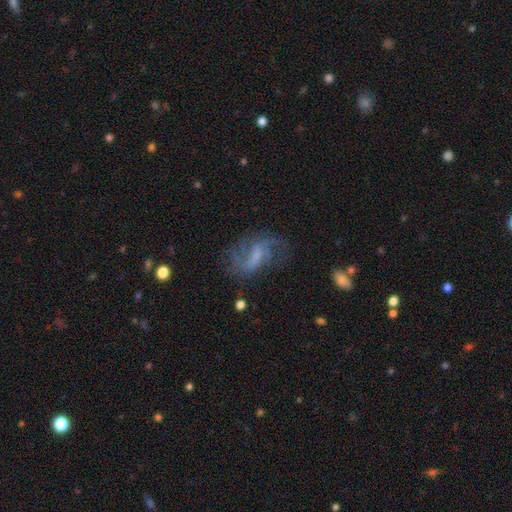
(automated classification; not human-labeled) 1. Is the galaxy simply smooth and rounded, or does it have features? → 71% featured or disk, 19% smooth, 10% star or artifact.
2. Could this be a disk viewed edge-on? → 95% no, 5% yes.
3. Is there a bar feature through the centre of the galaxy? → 51% weak, 25% strong, 24% no.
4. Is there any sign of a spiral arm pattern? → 85% yes, 15% no.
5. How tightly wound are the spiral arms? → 57% loose, 32% medium, 11% tight.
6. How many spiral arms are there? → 56% 2, 21% can't tell, 9% 3, 7% 1, 4% 4, 3% more than 4.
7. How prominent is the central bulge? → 39% none, 32% small, 24% moderate, 5% large, 1% dominant.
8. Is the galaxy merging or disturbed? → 56% none, 21% major disturbance, 21% minor disturbance, 3% merger.